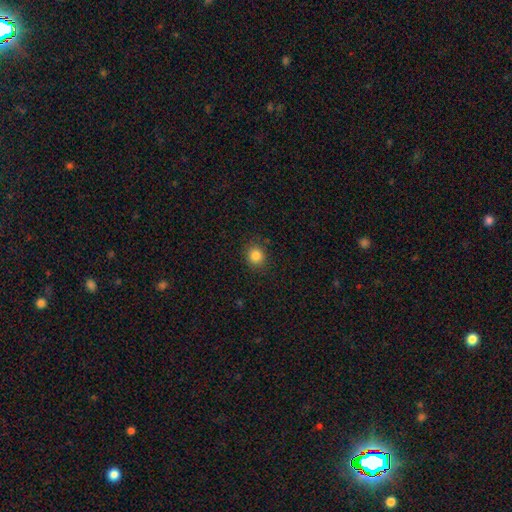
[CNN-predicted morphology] The model was most divided on "how rounded": round: 83%, in between: 16%, cigar-shaped: 1%. More confident: merging — none (87%); smooth or featured — smooth (84%).